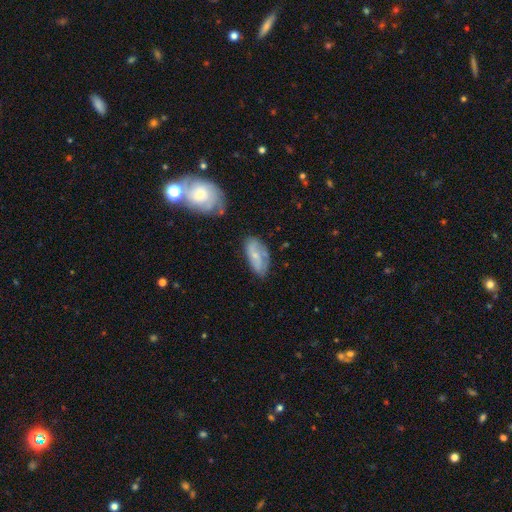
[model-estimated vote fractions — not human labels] Smooth or featured?
  - featured or disk: 48% *
  - smooth: 45%
  - star or artifact: 8%
Merging?
  - none: 59% *
  - minor disturbance: 26%
  - major disturbance: 9%
  - merger: 5%